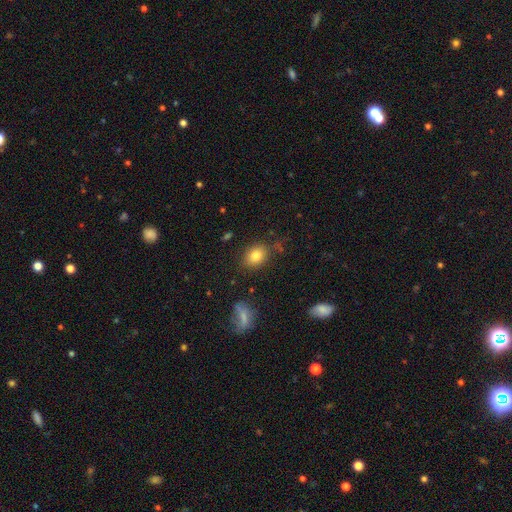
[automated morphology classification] Smooth or featured? smooth (82%)
How rounded? in between (66%)
Merging? none (80%)